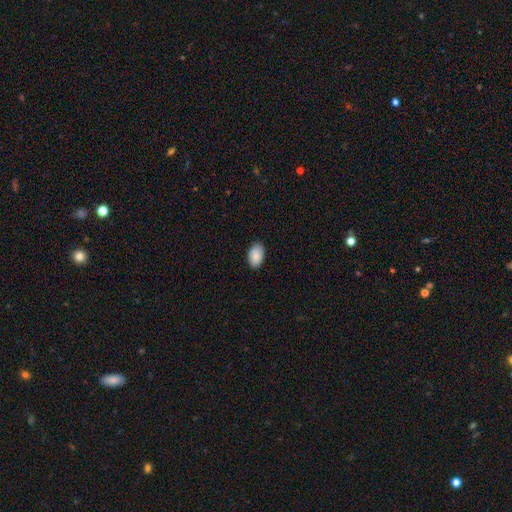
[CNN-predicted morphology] smooth-or-featured: smooth: 89% | star or artifact: 6% | featured or disk: 5%
  how-rounded: in between: 93% | round: 6% | cigar-shaped: 1%
  merging: none: 85% | minor disturbance: 12% | major disturbance: 2% | merger: 1%